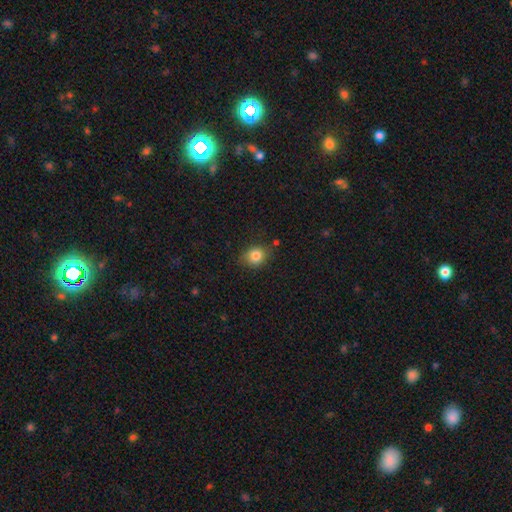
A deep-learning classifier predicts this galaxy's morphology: smooth 83%, star or artifact 10%, featured or disk 7%. Down the decision tree: how rounded — round (66%); merging — none (74%).